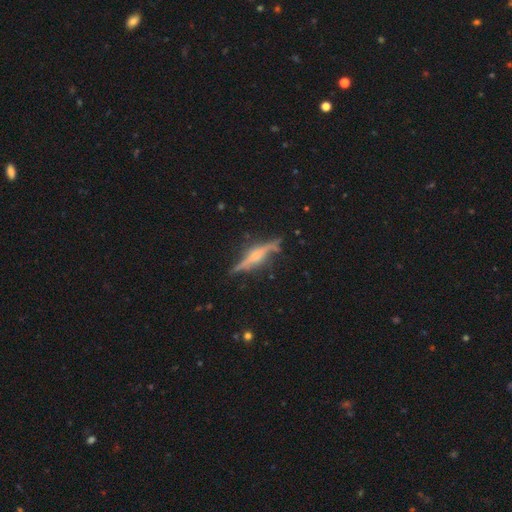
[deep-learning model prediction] This appears to be a featured or disk galaxy (79%) viewed edge-on (94%) with a rounded central bulge (75%). Merging: none (78%).